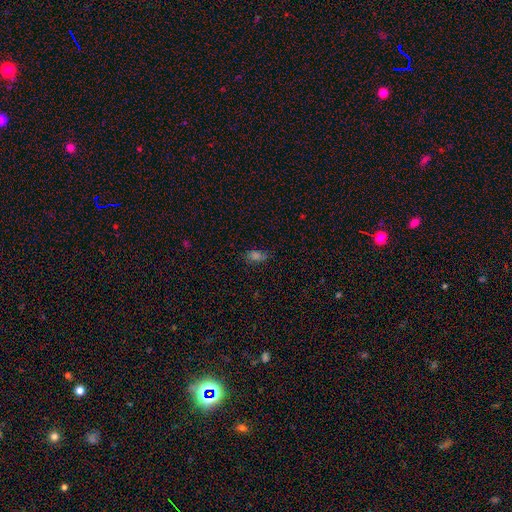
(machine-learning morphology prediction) A smooth galaxy with no disk features (63%) that is in between round and cigar-shaped (81%). Merging: none (69%).